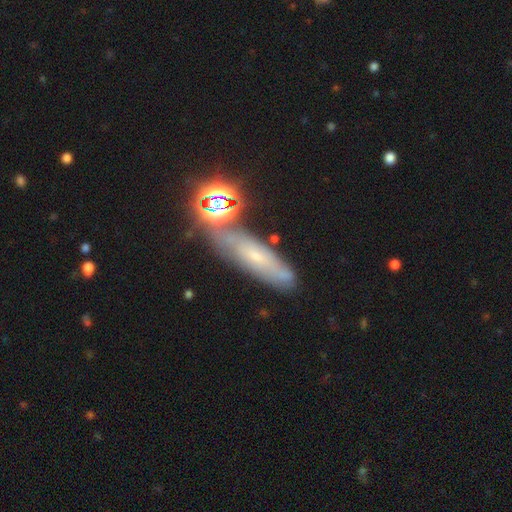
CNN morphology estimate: A featured or disk galaxy (36%).

Vote fractions:
- Smooth or featured? featured or disk: 36% / smooth: 33% / star or artifact: 32%
- Merging? none: 66% / minor disturbance: 17% / merger: 10% / major disturbance: 7%